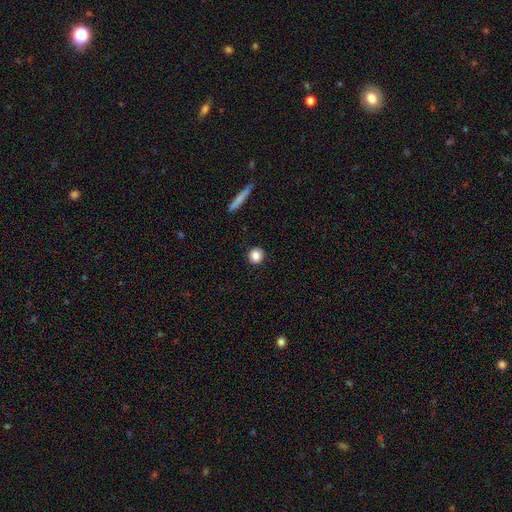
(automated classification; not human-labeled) smooth_or_featured: smooth (p=0.84) [alt: star or artifact p=0.09]
how_rounded: round (p=0.92) [alt: in between p=0.06]
merging: none (p=0.92) [alt: minor disturbance p=0.05]